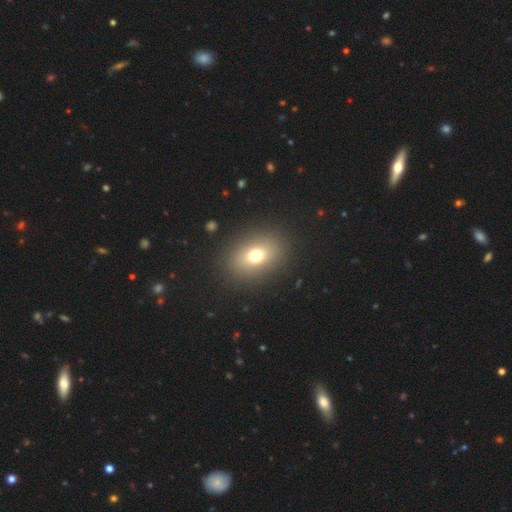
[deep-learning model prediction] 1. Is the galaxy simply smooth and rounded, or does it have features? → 72% smooth, 14% star or artifact, 14% featured or disk.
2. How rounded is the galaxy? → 66% in between, 32% round, 1% cigar-shaped.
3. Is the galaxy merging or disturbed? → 88% none, 7% minor disturbance, 4% major disturbance, 1% merger.